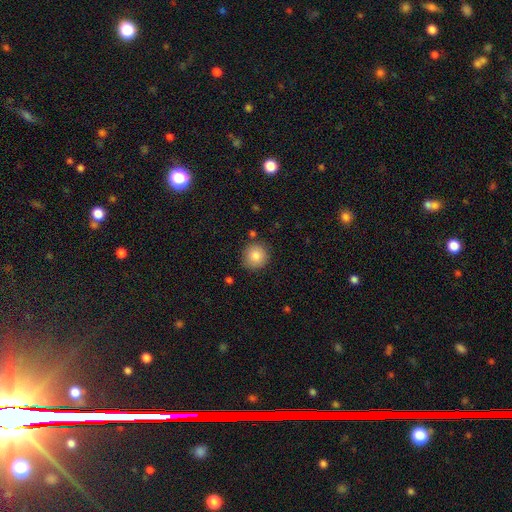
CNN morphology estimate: type=smooth (85%); roundness=round (93%); merging=none (85%).